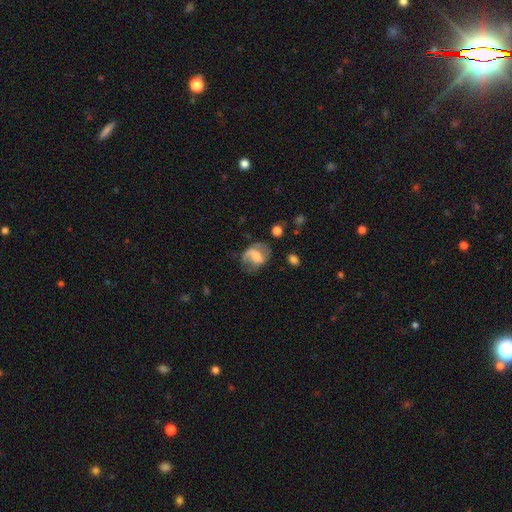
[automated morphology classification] This appears to be a featured or disk galaxy (53%) with a weak bar (42%), spiral arms (73%) and a moderate central bulge (41%). Merging: none (49%).